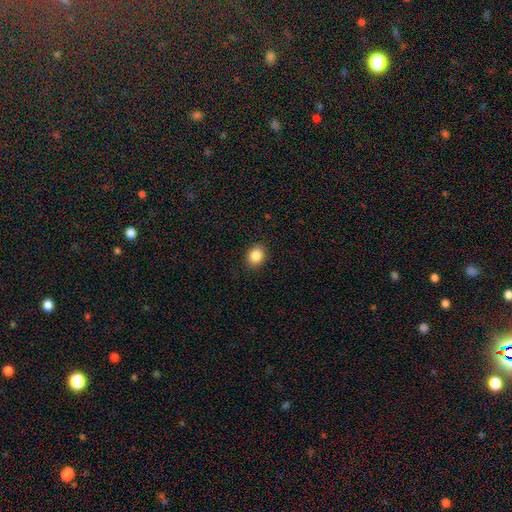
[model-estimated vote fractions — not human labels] Smooth or featured?
  - smooth: 86% *
  - star or artifact: 10%
  - featured or disk: 5%
How rounded?
  - round: 61% *
  - in between: 38%
  - cigar-shaped: 1%
Merging?
  - none: 90% *
  - minor disturbance: 7%
  - major disturbance: 2%
  - merger: 1%